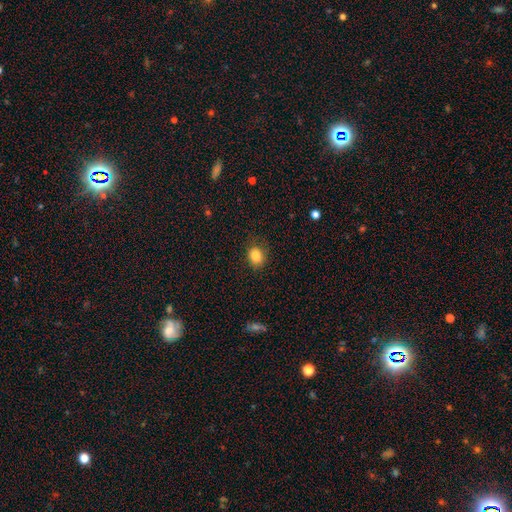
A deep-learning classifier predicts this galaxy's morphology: Smooth or featured?
  - smooth: 84% *
  - star or artifact: 10%
  - featured or disk: 6%
How rounded?
  - round: 57% *
  - in between: 42%
  - cigar-shaped: 1%
Merging?
  - none: 77% *
  - minor disturbance: 16%
  - major disturbance: 5%
  - merger: 1%